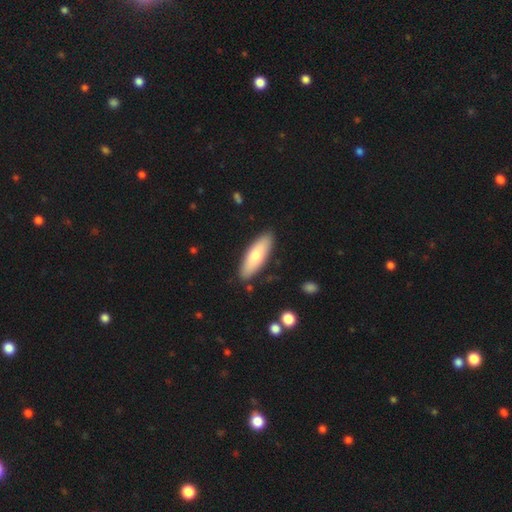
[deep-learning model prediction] A smooth galaxy with no disk features (74%) that is in between round and cigar-shaped (55%). Merging: none (88%).